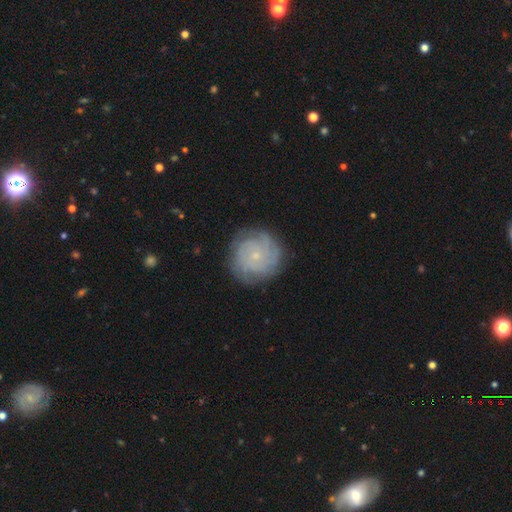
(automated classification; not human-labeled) A featured or disk galaxy (70%) with no bar (82%), tight (75%) spiral arms (93%) and a small central bulge (81%). Merging: none (82%).